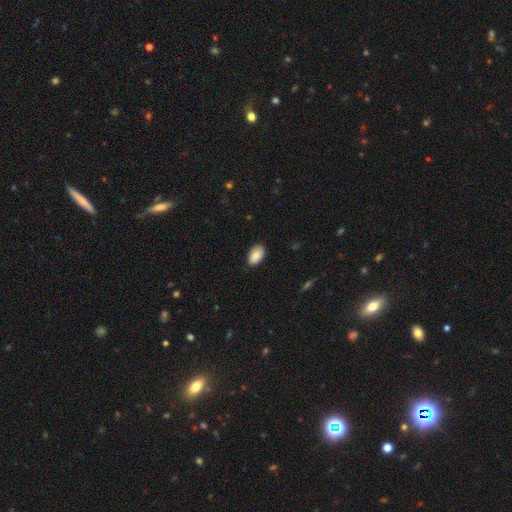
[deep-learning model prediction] A smooth galaxy with no disk features (87%) that is in between round and cigar-shaped (94%). Merging: none (84%).